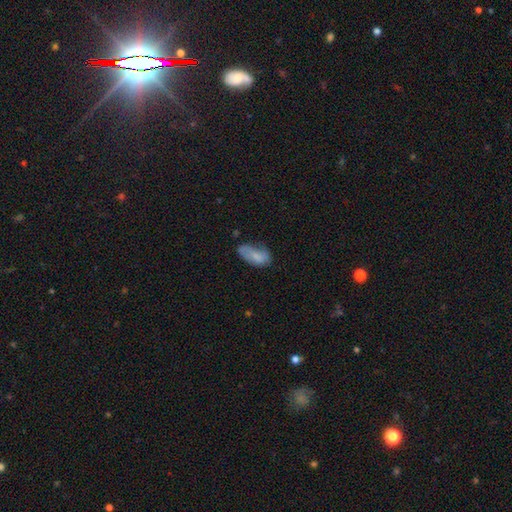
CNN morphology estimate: A smooth galaxy with no disk features (73%) that is in between round and cigar-shaped (91%).

Vote fractions:
- Smooth or featured? smooth: 73% / featured or disk: 19% / star or artifact: 8%
- How rounded? in between: 91% / cigar-shaped: 7% / round: 3%
- Merging? none: 44% / minor disturbance: 35% / major disturbance: 17% / merger: 4%